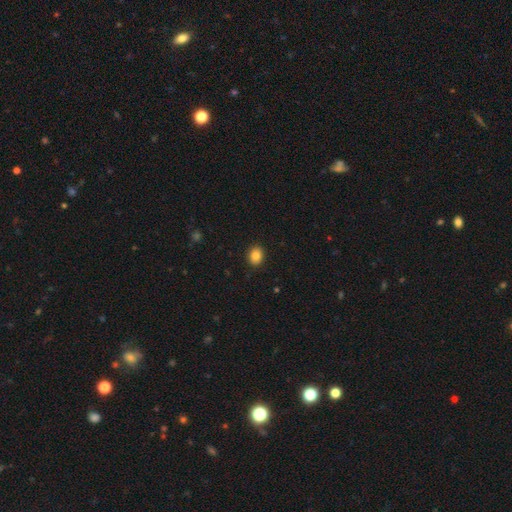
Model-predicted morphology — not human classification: smooth 85%, star or artifact 9%, featured or disk 5%. Down the decision tree: how rounded — in between (52%); merging — none (91%).